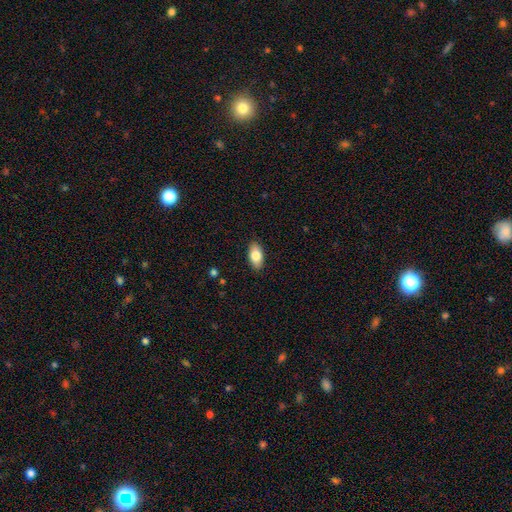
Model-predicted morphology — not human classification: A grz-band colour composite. It shows a smooth galaxy with no disk features (81%) that is in between round and cigar-shaped (92%). Merging: none (88%).